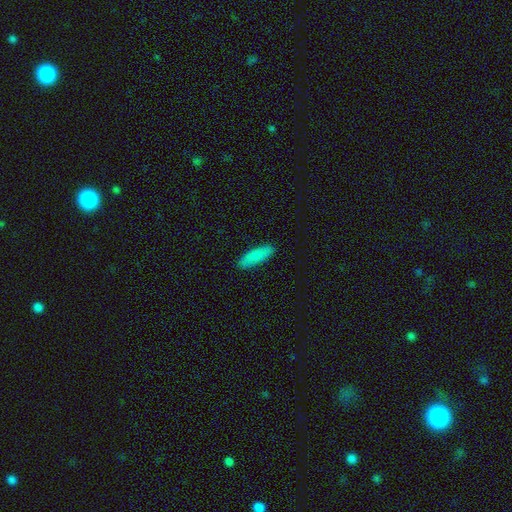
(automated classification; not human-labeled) Morphology: type=smooth (86%); roundness=cigar-shaped (53%); merging=none (89%).